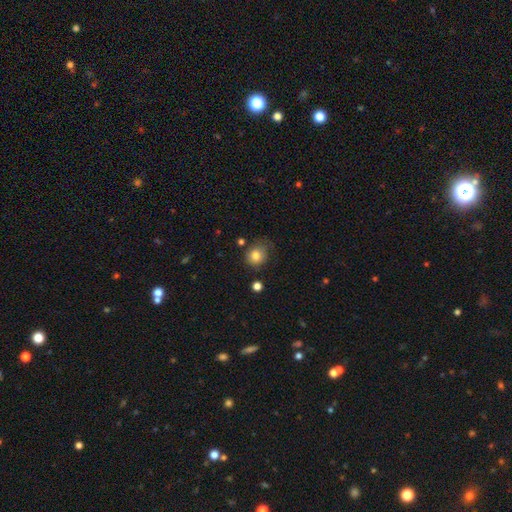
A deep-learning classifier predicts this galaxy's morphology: Smooth or featured: smooth — 82% (star or artifact — 10%)
How rounded: round — 76% (in between — 23%)
Merging: none — 63% (minor disturbance — 25%)